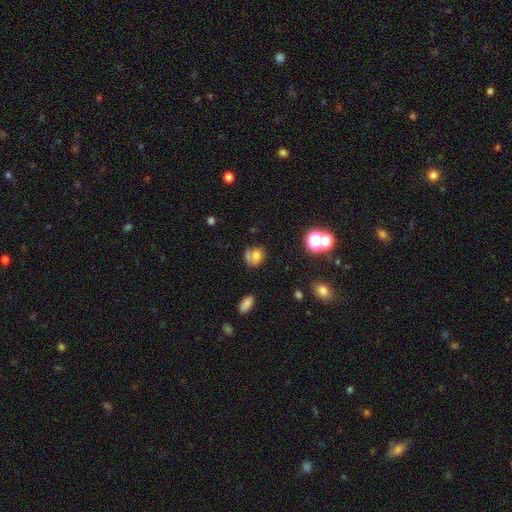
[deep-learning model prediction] smooth-or-featured: smooth: 59% | featured or disk: 25% | star or artifact: 16%
  how-rounded: round: 50% | in between: 49% | cigar-shaped: 1%
  merging: none: 40% | merger: 24% | minor disturbance: 19% | major disturbance: 17%